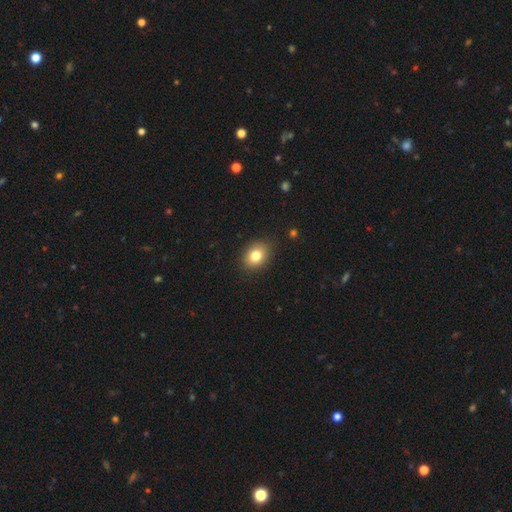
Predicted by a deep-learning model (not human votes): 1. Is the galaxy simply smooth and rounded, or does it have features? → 81% smooth, 10% star or artifact, 9% featured or disk.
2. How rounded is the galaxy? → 53% in between, 46% round, 1% cigar-shaped.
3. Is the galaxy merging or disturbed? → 88% none, 9% minor disturbance, 2% major disturbance, 1% merger.